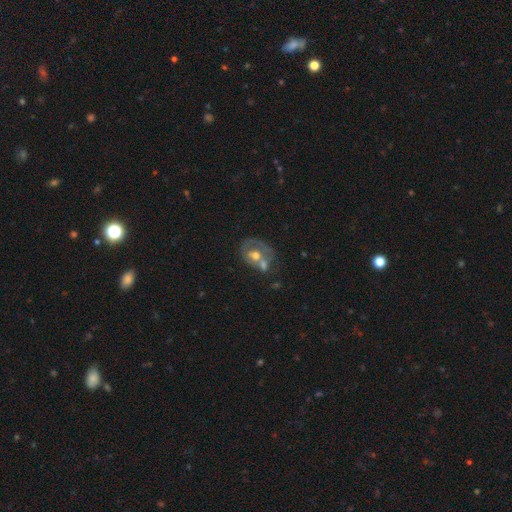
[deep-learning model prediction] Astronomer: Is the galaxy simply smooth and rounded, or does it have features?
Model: featured or disk — 54% (runner-up: smooth, 38%).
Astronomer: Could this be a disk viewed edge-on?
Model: no — 96%.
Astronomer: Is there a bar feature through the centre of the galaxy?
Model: no — 78%.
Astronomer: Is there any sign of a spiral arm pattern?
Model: no — 71%.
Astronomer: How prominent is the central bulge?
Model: moderate — 72%.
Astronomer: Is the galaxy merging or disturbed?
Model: merger — 43% (runner-up: none, 26%).